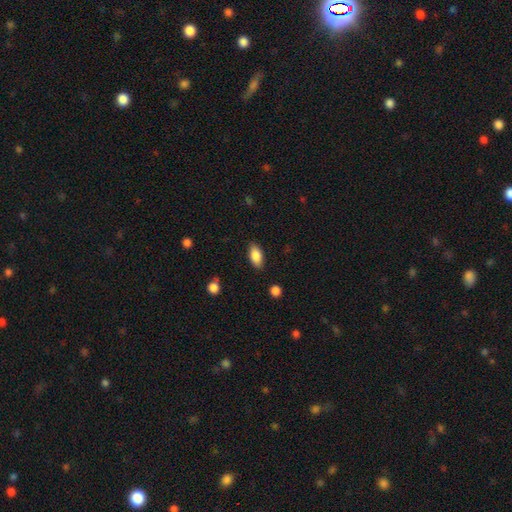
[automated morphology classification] This is clearly a smooth galaxy (87%). How rounded: clearly in between (91%). Merging: clearly none (85%).